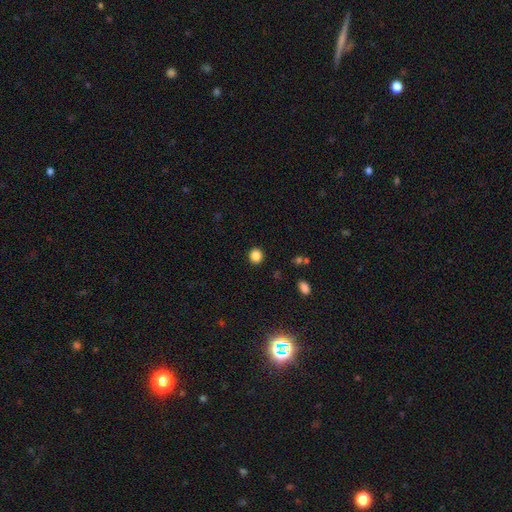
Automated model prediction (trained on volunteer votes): smooth_or_featured: smooth (p=0.85) [alt: star or artifact p=0.11]
how_rounded: round (p=0.89) [alt: in between p=0.10]
merging: none (p=0.92) [alt: minor disturbance p=0.05]